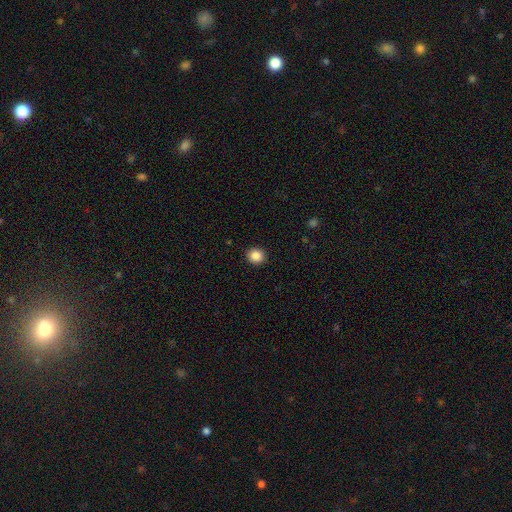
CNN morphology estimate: smooth-or-featured: smooth: 86% | star or artifact: 10% | featured or disk: 4%
  how-rounded: round: 86% | in between: 13% | cigar-shaped: 1%
  merging: none: 92% | minor disturbance: 5% | major disturbance: 2% | merger: 1%